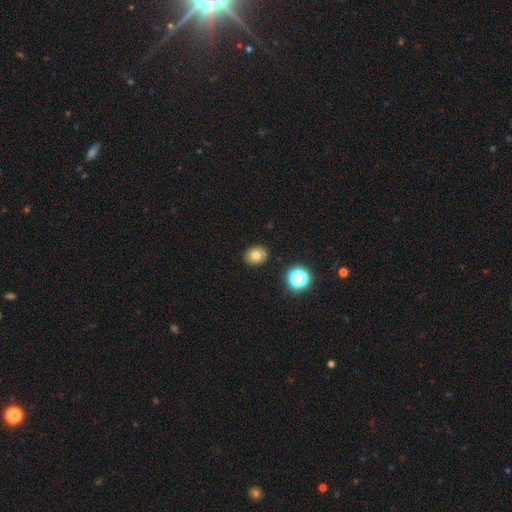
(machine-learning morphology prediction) Smooth or featured?
  - smooth: 76% *
  - star or artifact: 13%
  - featured or disk: 11%
How rounded?
  - round: 59% *
  - in between: 40%
  - cigar-shaped: 1%
Merging?
  - none: 90% *
  - minor disturbance: 7%
  - major disturbance: 2%
  - merger: 1%